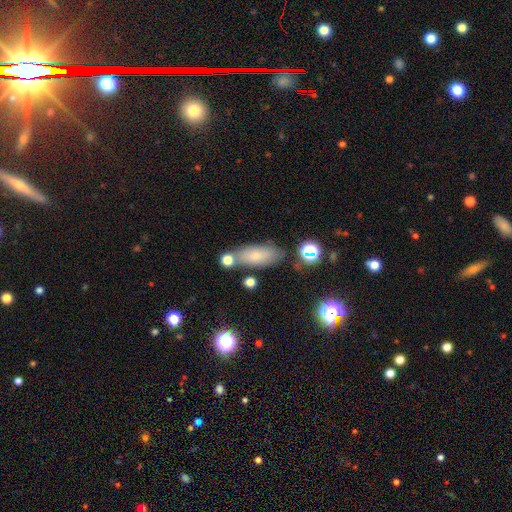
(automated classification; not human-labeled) Smooth or featured? smooth (74%)
How rounded? in between (74%)
Merging? none (70%)